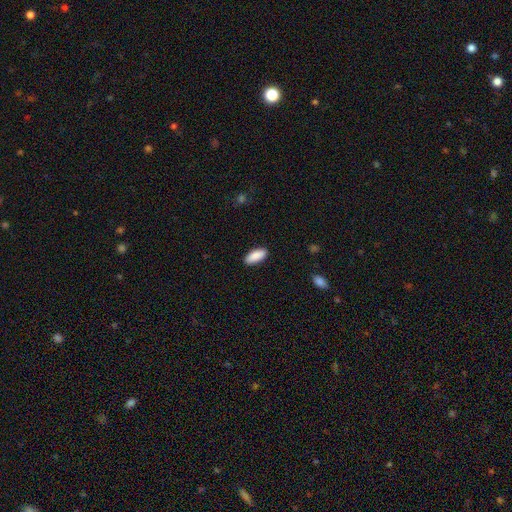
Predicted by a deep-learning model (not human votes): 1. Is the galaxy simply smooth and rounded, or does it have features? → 90% smooth, 6% star or artifact, 5% featured or disk.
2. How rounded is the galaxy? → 81% in between, 17% cigar-shaped, 2% round.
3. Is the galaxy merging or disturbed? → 89% none, 8% minor disturbance, 2% major disturbance, 1% merger.